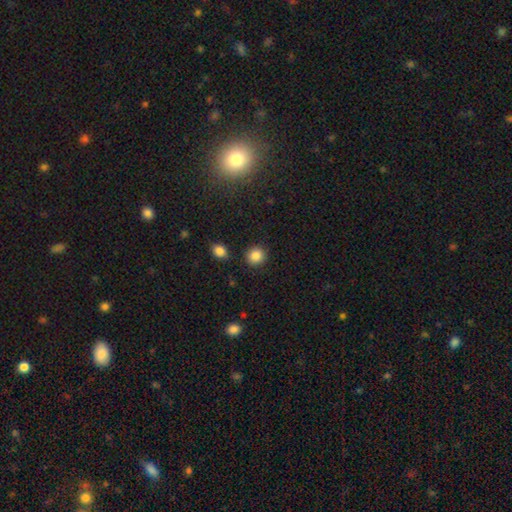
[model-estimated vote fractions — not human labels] Smooth or featured?
  - smooth: 87% *
  - star or artifact: 9%
  - featured or disk: 4%
How rounded?
  - round: 89% *
  - in between: 10%
  - cigar-shaped: 1%
Merging?
  - none: 88% *
  - minor disturbance: 6%
  - merger: 3%
  - major disturbance: 2%